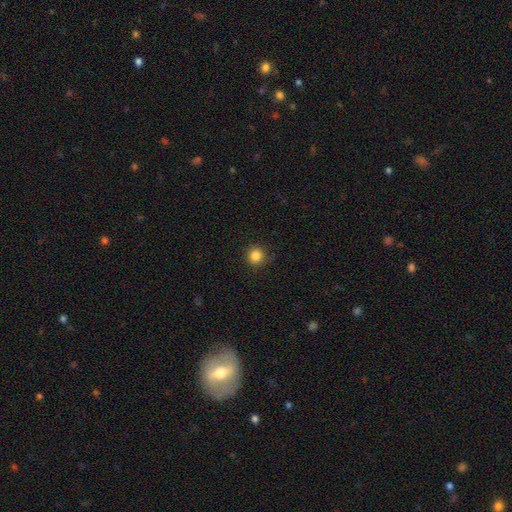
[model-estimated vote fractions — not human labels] Smooth or featured?
  - smooth: 85% *
  - star or artifact: 12%
  - featured or disk: 4%
How rounded?
  - round: 93% *
  - in between: 6%
  - cigar-shaped: 1%
Merging?
  - none: 87% *
  - minor disturbance: 9%
  - major disturbance: 3%
  - merger: 1%